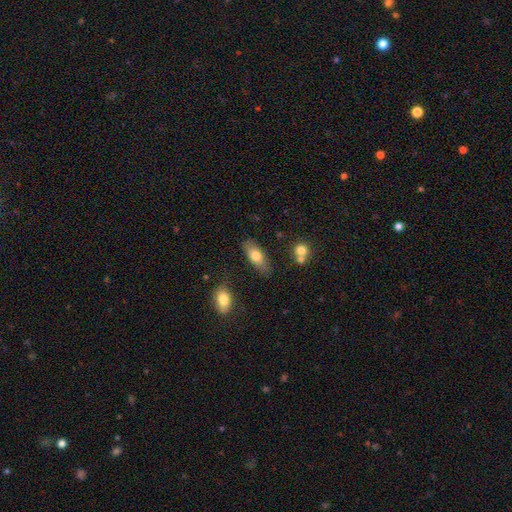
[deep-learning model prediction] Smooth or featured? Predicted: smooth (p=0.74). How rounded? Predicted: in between (p=0.80). Merging? Predicted: none (p=0.74).